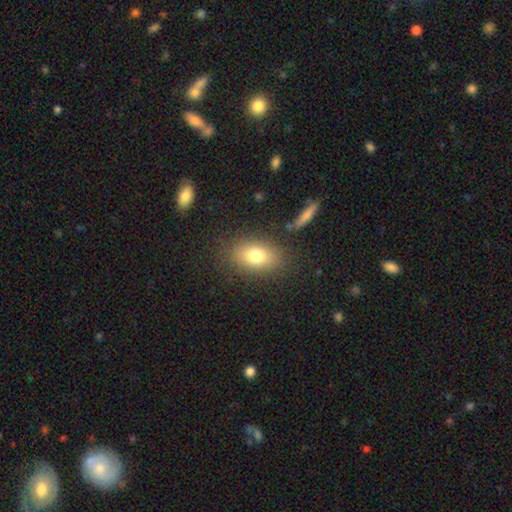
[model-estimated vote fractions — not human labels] smooth-or-featured: smooth: 77% | featured or disk: 13% | star or artifact: 10%
  how-rounded: in between: 82% | round: 15% | cigar-shaped: 3%
  merging: none: 82% | minor disturbance: 11% | major disturbance: 5% | merger: 3%